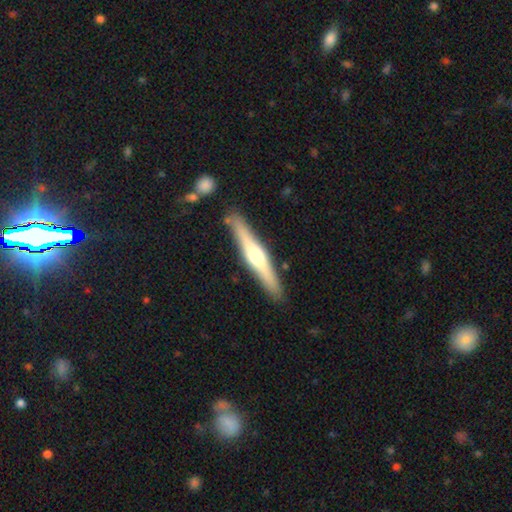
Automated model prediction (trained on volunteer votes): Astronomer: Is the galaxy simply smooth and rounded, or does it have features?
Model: featured or disk — 62%.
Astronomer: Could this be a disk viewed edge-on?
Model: yes — 96%.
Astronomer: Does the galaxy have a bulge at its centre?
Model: rounded — 89%.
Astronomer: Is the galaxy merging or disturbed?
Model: none — 87%.